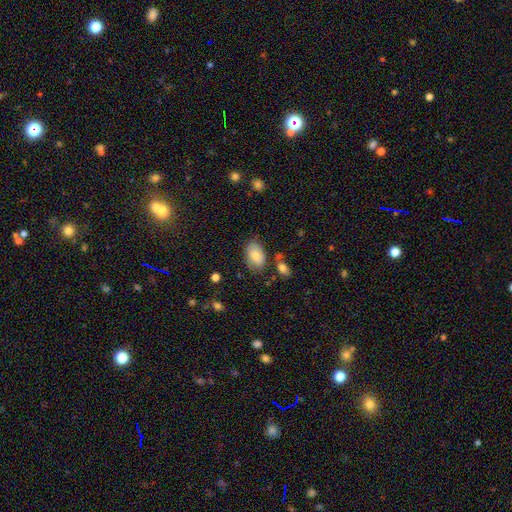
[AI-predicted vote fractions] This is likely a smooth galaxy (78%). How rounded: clearly in between (90%). Merging: likely none (74%).